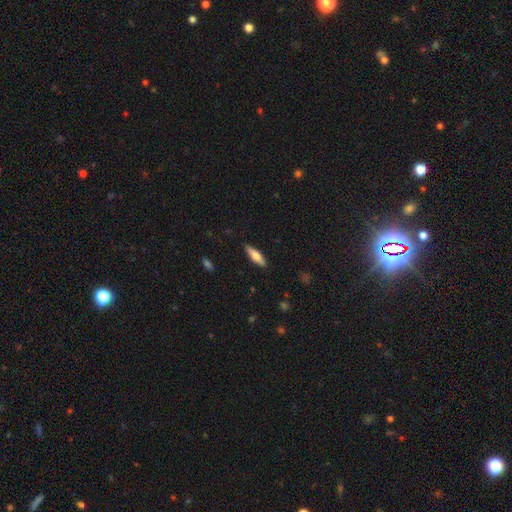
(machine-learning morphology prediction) The model was most divided on "how rounded": cigar-shaped: 60%, in between: 38%, round: 2%. More confident: merging — none (89%); smooth or featured — smooth (63%).